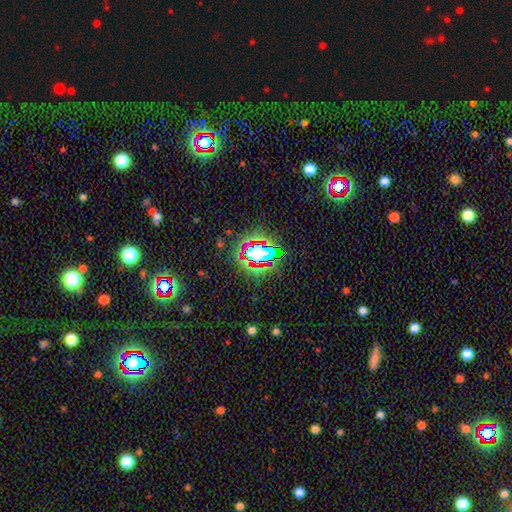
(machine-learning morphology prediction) Smooth or featured: star or artifact — 61% (smooth — 25%)